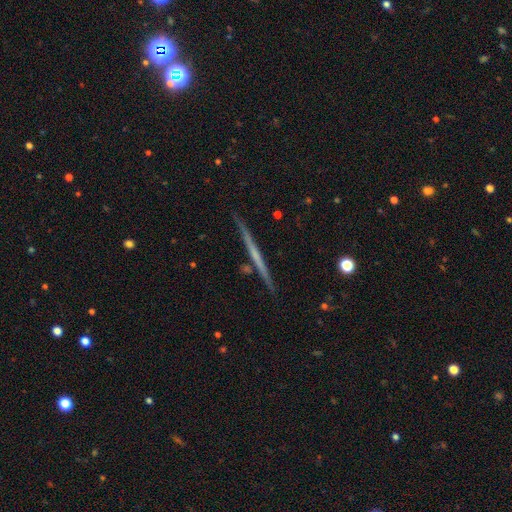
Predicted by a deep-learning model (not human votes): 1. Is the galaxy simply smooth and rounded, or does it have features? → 65% featured or disk, 30% smooth, 6% star or artifact.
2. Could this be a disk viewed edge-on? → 98% yes, 2% no.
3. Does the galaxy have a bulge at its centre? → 84% none, 11% rounded, 4% boxy.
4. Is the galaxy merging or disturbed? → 90% none, 7% minor disturbance, 2% merger, 1% major disturbance.